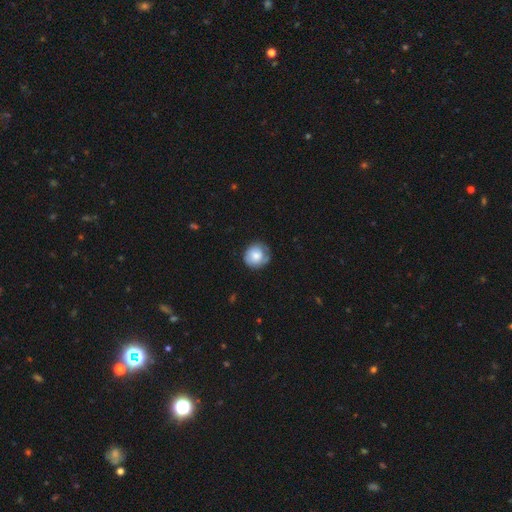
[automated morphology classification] Q: Smooth or featured?
A: smooth (68%); runner-up: featured or disk (25%)
Q: How rounded?
A: round (86%); runner-up: in between (13%)
Q: Merging?
A: none (63%); runner-up: minor disturbance (26%)